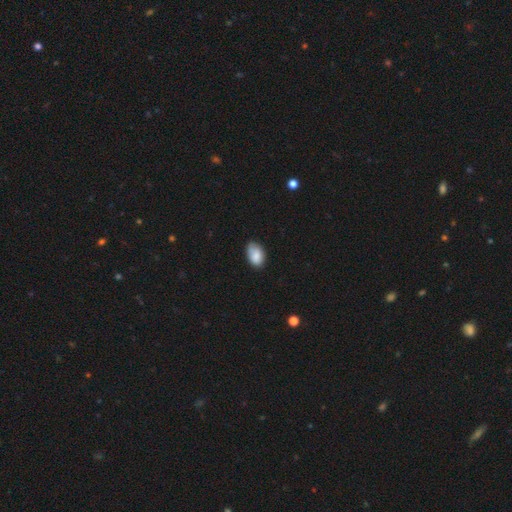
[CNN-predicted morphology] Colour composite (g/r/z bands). It shows a smooth galaxy with no disk features (84%) that is in between round and cigar-shaped (90%). Merging: none (62%).